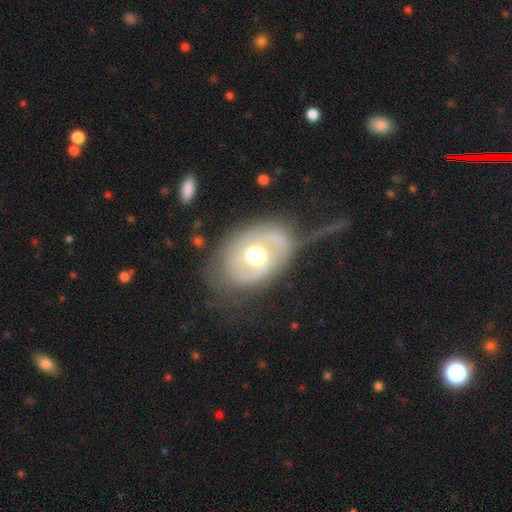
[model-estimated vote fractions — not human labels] The model was most divided on "spiral arms": yes: 52%, no: 48%. More confident: edge-on disk — no (94%); bar — no (69%); smooth or featured — featured or disk (67%); bulge size — moderate (57%); merging — none (56%).